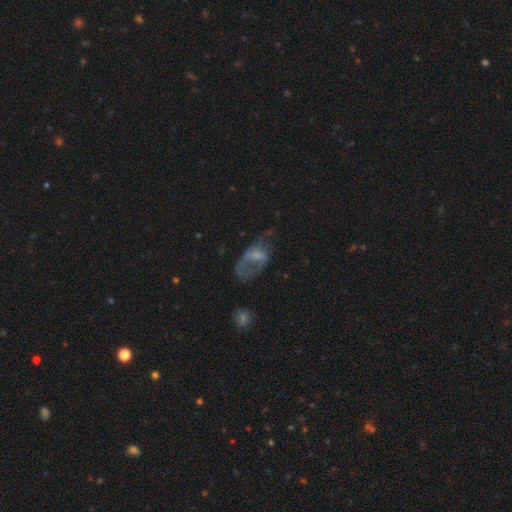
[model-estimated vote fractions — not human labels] Smooth or featured? featured or disk (50%)
Edge-on disk? no (94%)
Merging? major disturbance (44%)